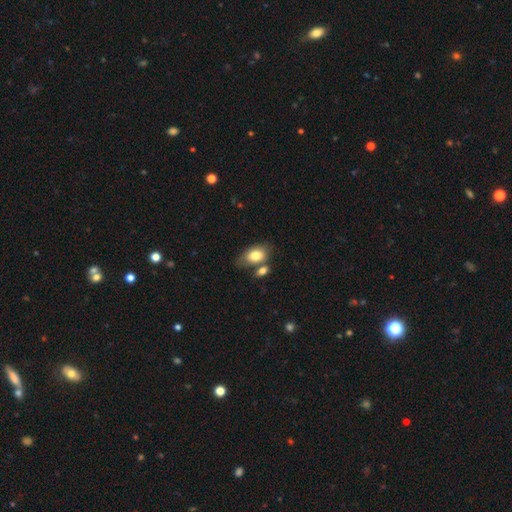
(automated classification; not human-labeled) A smooth galaxy with no disk features (79%) that is in between round and cigar-shaped (87%). Merging: none (50%).